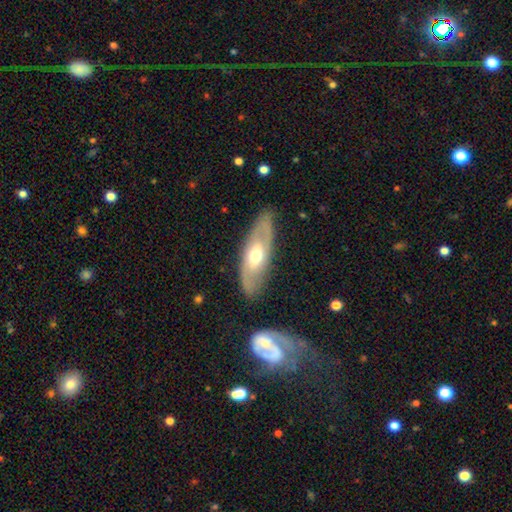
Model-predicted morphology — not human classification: Smooth or featured? Predicted: featured or disk (p=0.61). Edge-on disk? Predicted: no (p=0.76). Merging? Predicted: none (p=0.82).